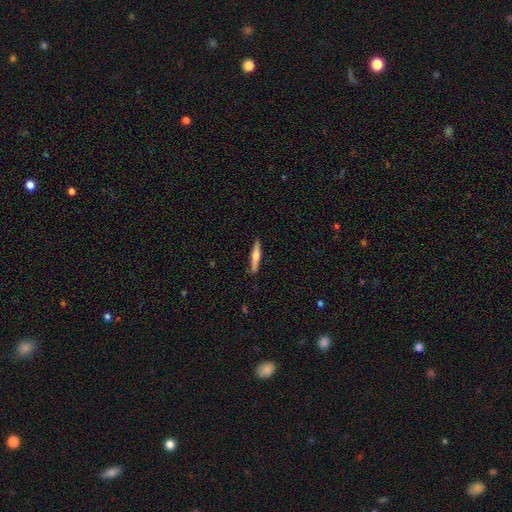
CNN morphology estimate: smooth-or-featured: smooth: 51% | featured or disk: 44% | star or artifact: 6%
  how-rounded: cigar-shaped: 90% | in between: 8% | round: 2%
  merging: none: 87% | minor disturbance: 9% | major disturbance: 2% | merger: 1%